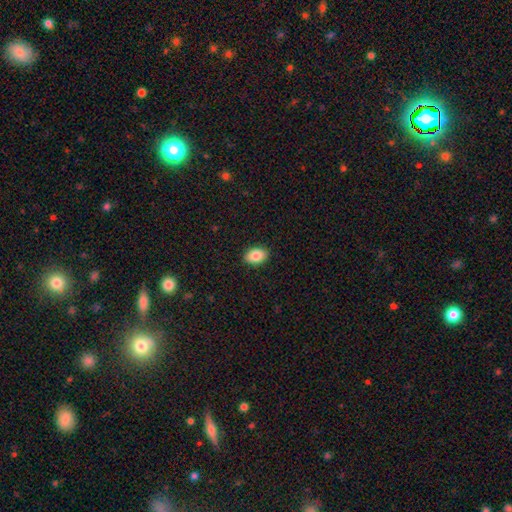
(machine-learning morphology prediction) Overall: smooth (86%). How rounded: in between (86%). Merging: none (90%).